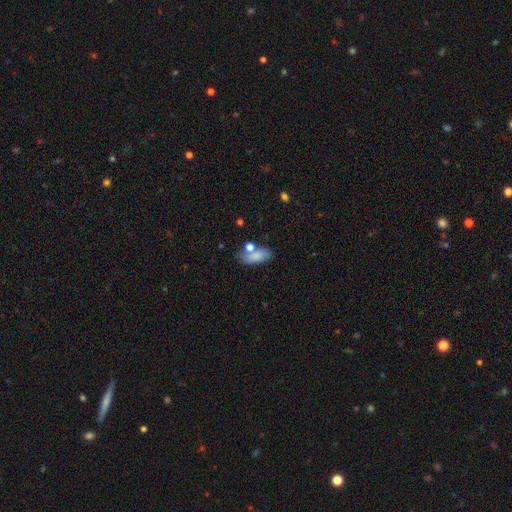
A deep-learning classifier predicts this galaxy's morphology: type=smooth (79%); roundness=in between (82%); merging=none (55%).